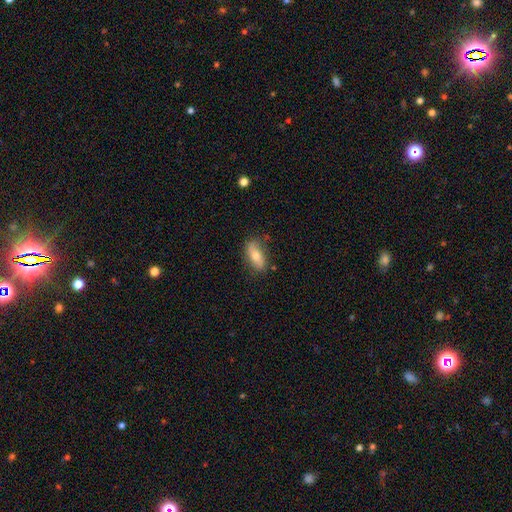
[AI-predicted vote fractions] Smooth or featured?
  - smooth: 65% *
  - featured or disk: 28%
  - star or artifact: 7%
How rounded?
  - in between: 76% *
  - cigar-shaped: 21%
  - round: 4%
Merging?
  - none: 77% *
  - minor disturbance: 17%
  - major disturbance: 3%
  - merger: 2%